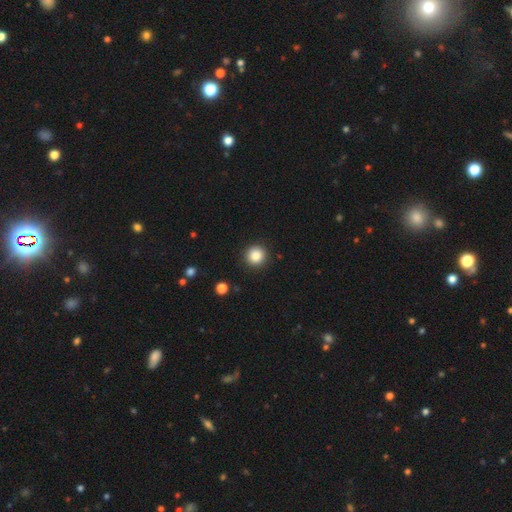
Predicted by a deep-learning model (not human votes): smooth 86%, star or artifact 10%, featured or disk 4%. Down the decision tree: how rounded — round (95%); merging — none (92%).